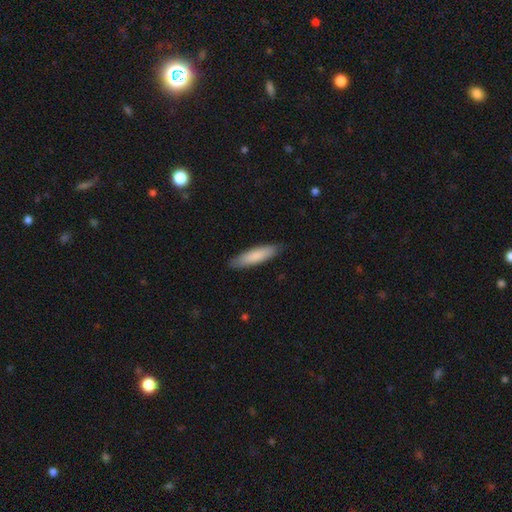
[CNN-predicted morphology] This is clearly a smooth galaxy (83%). How rounded: likely cigar-shaped (69%). Merging: clearly none (87%).